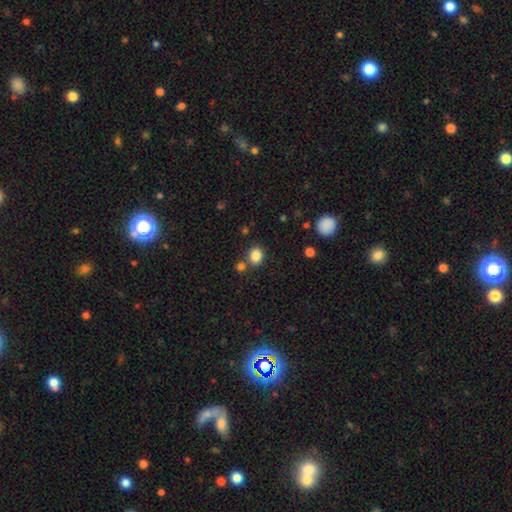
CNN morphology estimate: This appears to be a smooth galaxy with no disk features (84%) that is round (55%). Merging: none (74%).